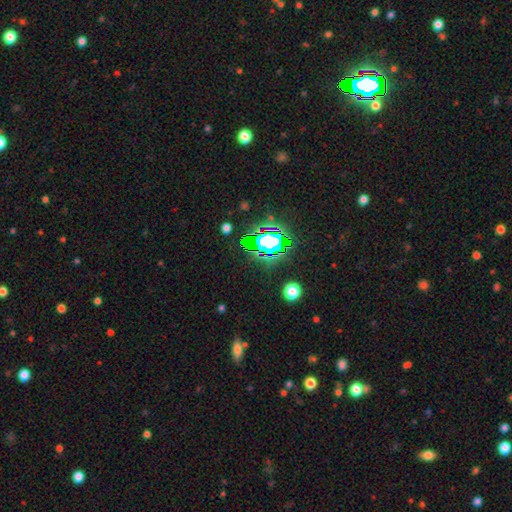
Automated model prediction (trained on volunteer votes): The model was most divided on "smooth or featured": star or artifact: 77%, smooth: 14%, featured or disk: 9%.